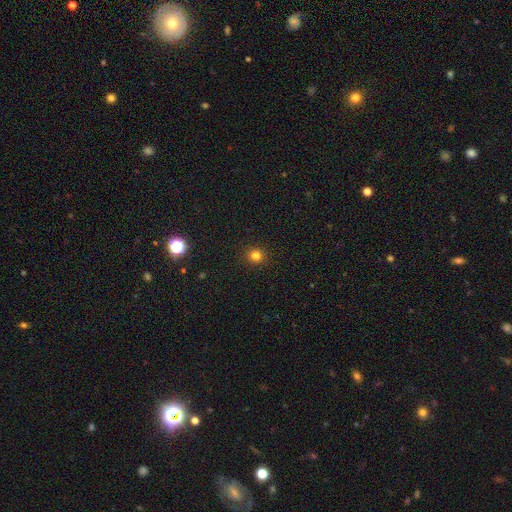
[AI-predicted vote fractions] The model was most divided on "smooth or featured": smooth: 80%, star or artifact: 15%, featured or disk: 5%. More confident: merging — none (92%); how rounded — round (88%).